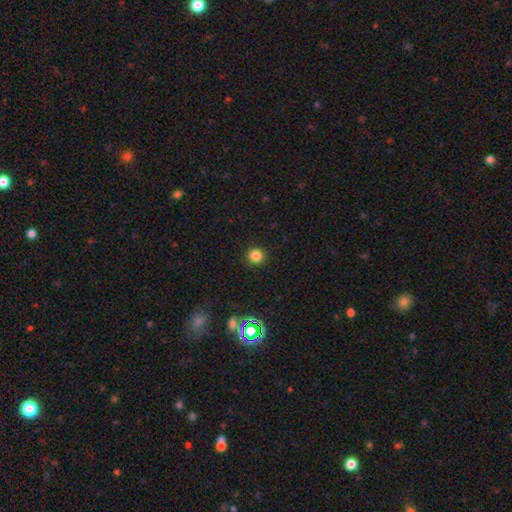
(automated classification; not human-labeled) The model was most divided on "smooth or featured": smooth: 82%, star or artifact: 14%, featured or disk: 4%. More confident: how rounded — round (93%); merging — none (91%).